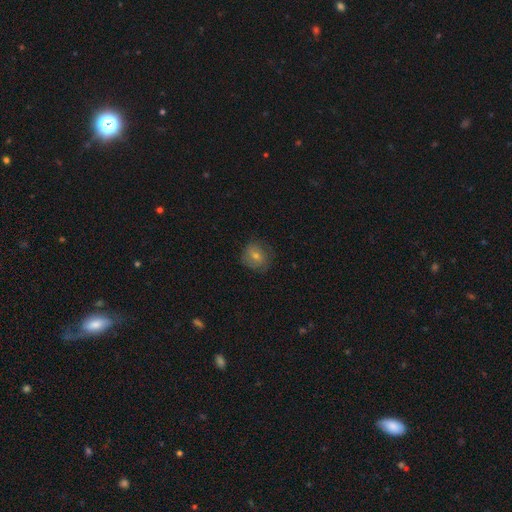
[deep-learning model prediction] smooth 53%, featured or disk 32%, star or artifact 15%. Down the decision tree: how rounded — round (81%); merging — none (79%).